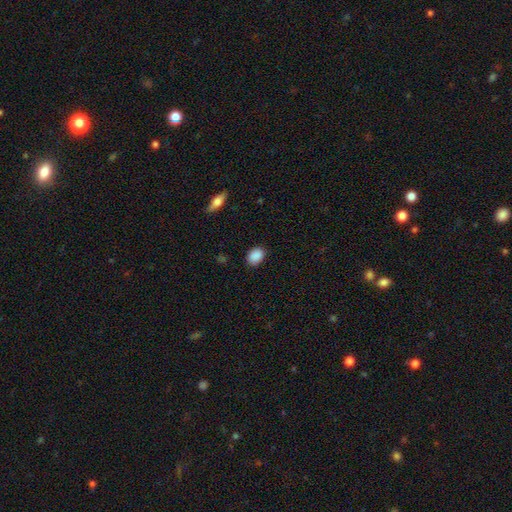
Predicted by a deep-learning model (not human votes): Smooth or featured? smooth (89%)
How rounded? in between (69%)
Merging? none (85%)